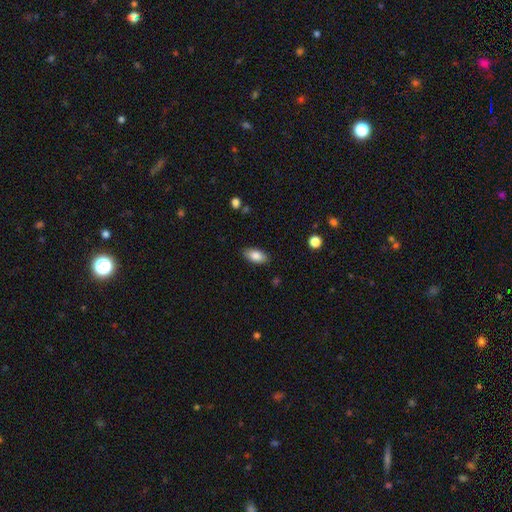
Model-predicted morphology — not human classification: This is clearly a smooth galaxy (85%). How rounded: clearly in between (91%). Merging: clearly none (87%).